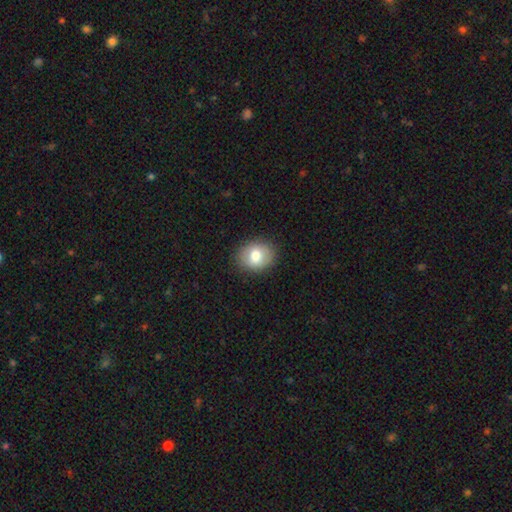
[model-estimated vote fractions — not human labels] This is likely a smooth galaxy (78%). How rounded: possibly in between (53%). Merging: clearly none (87%).